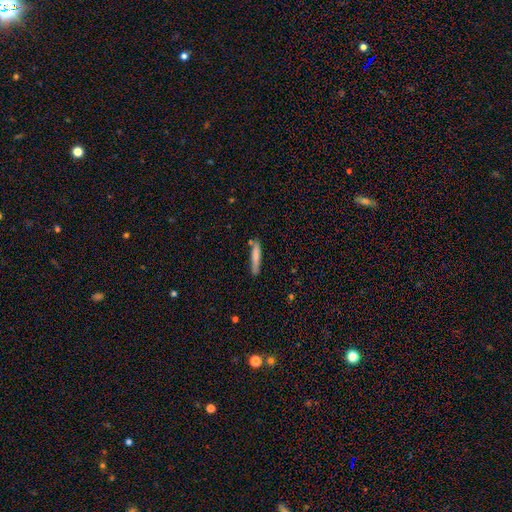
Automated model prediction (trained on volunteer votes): A smooth galaxy with no disk features (76%) that is cigar-shaped (91%). Merging: none (77%).